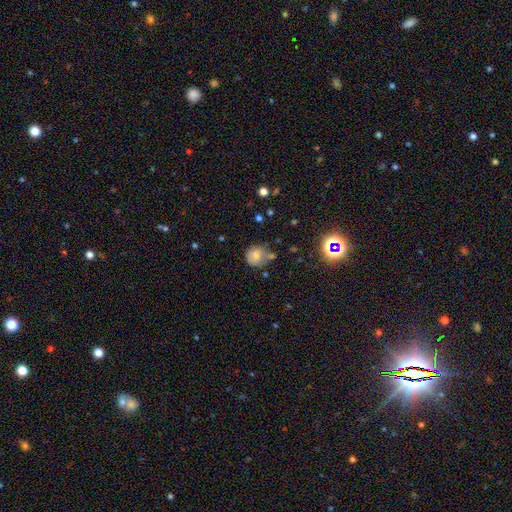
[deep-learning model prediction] Morphology: type=smooth (71%); roundness=round (80%); merging=none (50%).